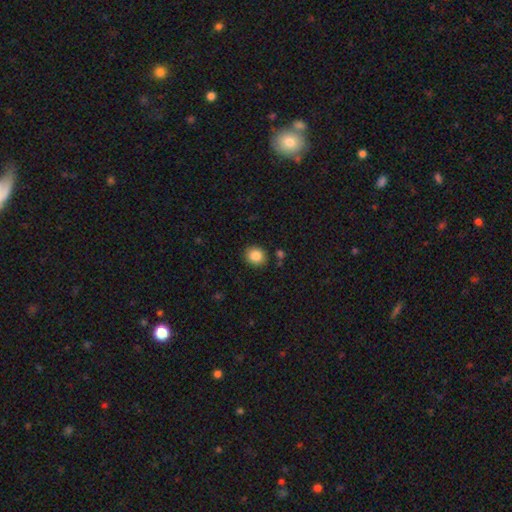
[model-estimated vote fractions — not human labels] Smooth or featured?
  - smooth: 86% *
  - star or artifact: 9%
  - featured or disk: 5%
How rounded?
  - round: 76% *
  - in between: 23%
  - cigar-shaped: 1%
Merging?
  - none: 87% *
  - minor disturbance: 8%
  - merger: 3%
  - major disturbance: 2%